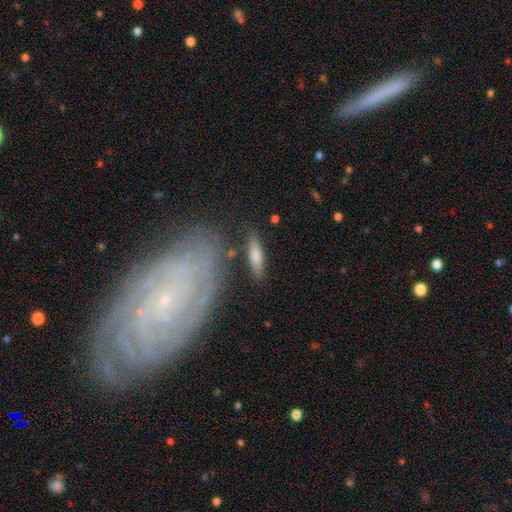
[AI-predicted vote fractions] This is likely a smooth galaxy (71%). How rounded: likely cigar-shaped (66%). Merging: likely none (77%).